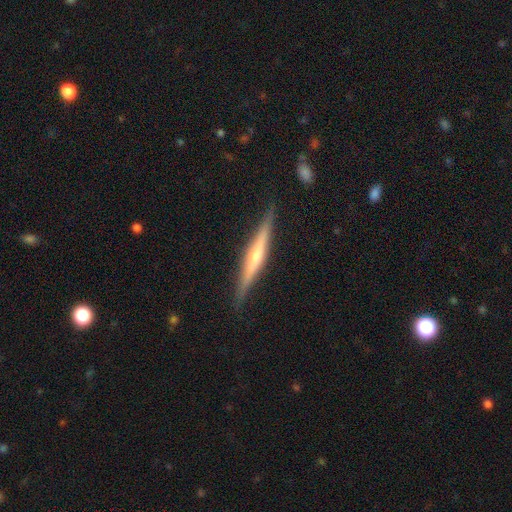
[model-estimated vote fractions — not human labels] smooth-or-featured: featured or disk: 68% | smooth: 26% | star or artifact: 6%
  disk-edge-on: yes: 98% | no: 2%
    edge-on-bulge: rounded: 66% | none: 25% | boxy: 9%
  merging: none: 89% | minor disturbance: 8% | major disturbance: 2% | merger: 1%